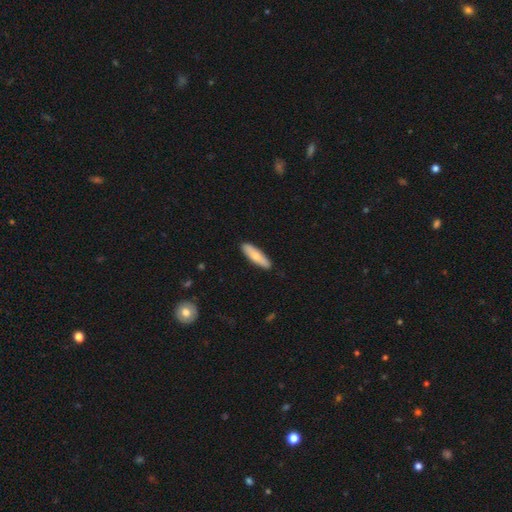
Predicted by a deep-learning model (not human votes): smooth-or-featured: smooth: 70% | featured or disk: 24% | star or artifact: 5%
  how-rounded: cigar-shaped: 65% | in between: 33% | round: 2%
  merging: none: 89% | minor disturbance: 8% | major disturbance: 1% | merger: 1%